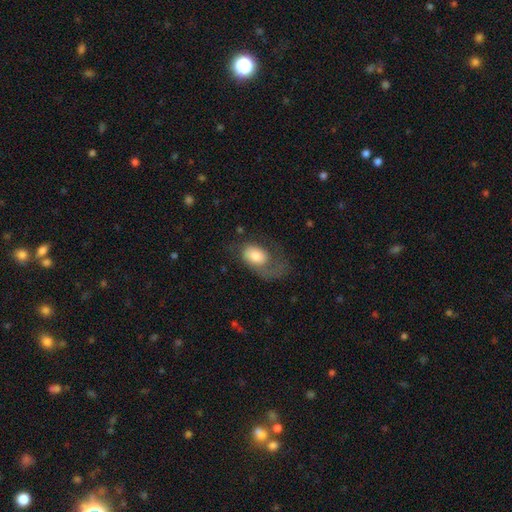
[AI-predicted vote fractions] Smooth or featured? Predicted: smooth (p=0.54). How rounded? Predicted: in between (p=0.82). Merging? Predicted: major disturbance (p=0.43).